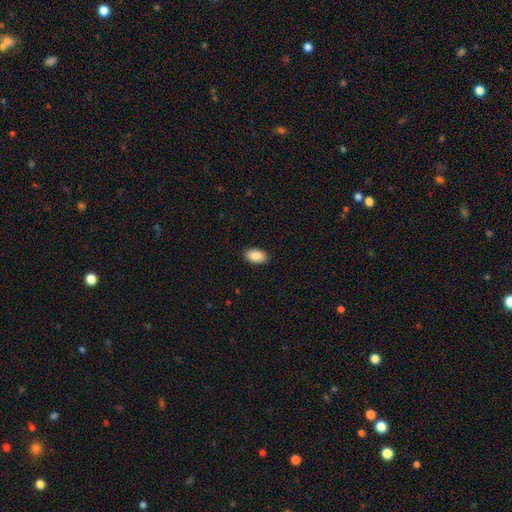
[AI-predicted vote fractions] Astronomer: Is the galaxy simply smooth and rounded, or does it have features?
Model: smooth — 90%.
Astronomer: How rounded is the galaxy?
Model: in between — 94%.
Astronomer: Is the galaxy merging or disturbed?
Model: none — 89%.